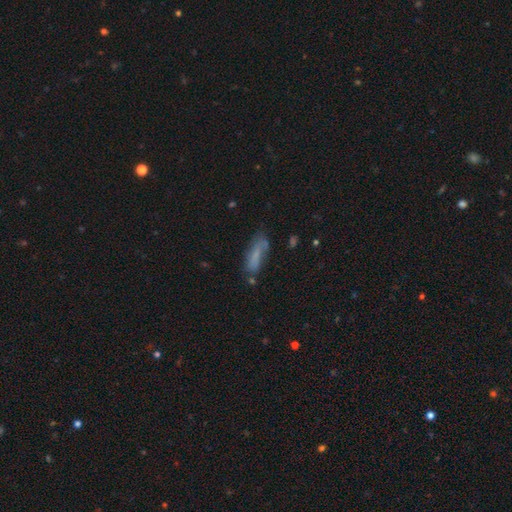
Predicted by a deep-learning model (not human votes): Smooth or featured: smooth — 67% (featured or disk — 22%)
How rounded: cigar-shaped — 50% (in between — 48%)
Merging: none — 52% (minor disturbance — 27%)